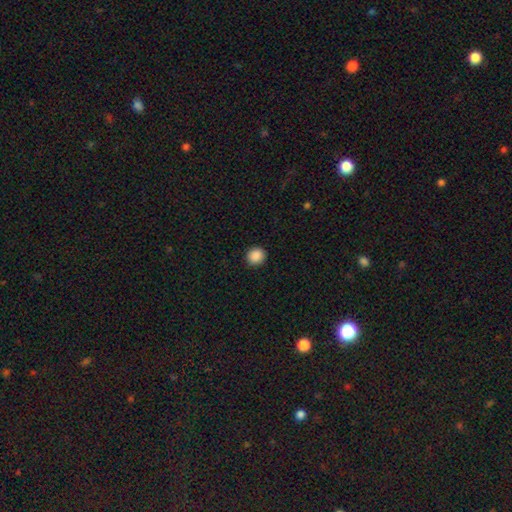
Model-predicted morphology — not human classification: This is clearly a smooth galaxy (88%). How rounded: clearly round (89%). Merging: clearly none (92%).